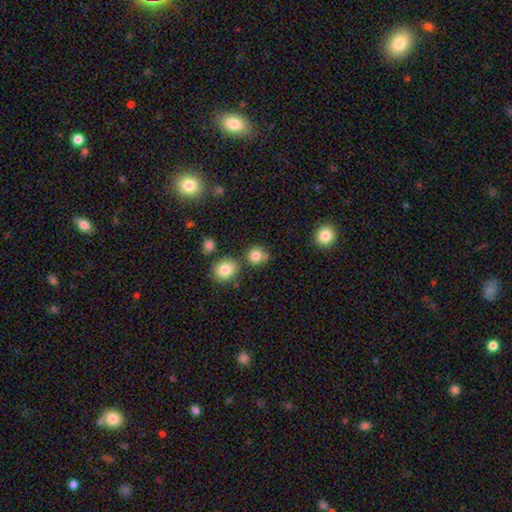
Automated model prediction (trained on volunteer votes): Smooth or featured? smooth (81%)
How rounded? round (85%)
Merging? none (70%)